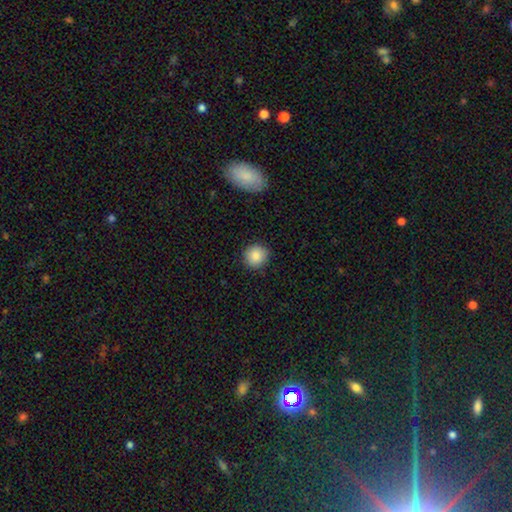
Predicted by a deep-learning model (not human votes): A smooth galaxy with no disk features (87%) that is round (91%).

Vote fractions:
- Smooth or featured? smooth: 87% / star or artifact: 9% / featured or disk: 5%
- How rounded? round: 91% / in between: 8% / cigar-shaped: 1%
- Merging? none: 89% / minor disturbance: 7% / major disturbance: 2% / merger: 1%